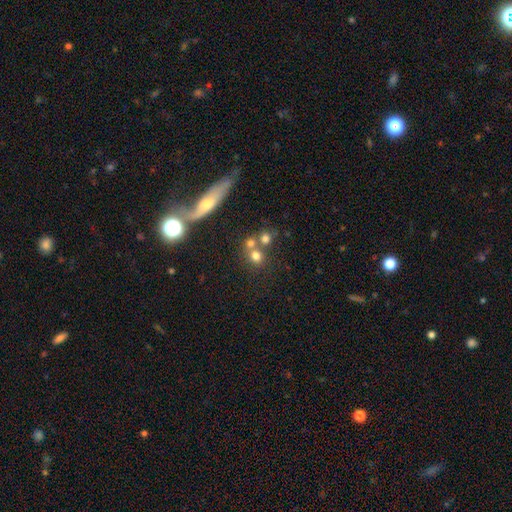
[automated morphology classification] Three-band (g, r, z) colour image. It shows a smooth galaxy with no disk features (69%) that is round (81%). Merging: none (48%).